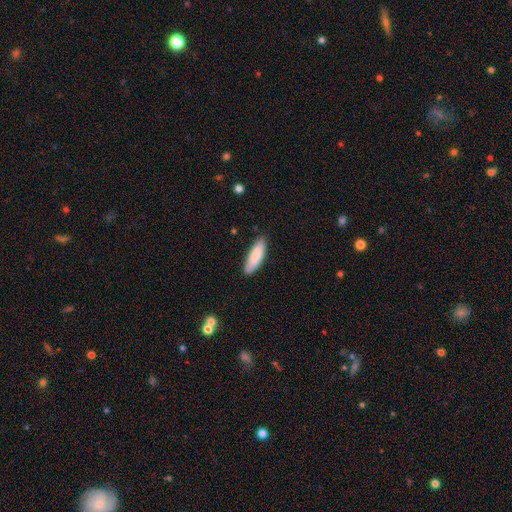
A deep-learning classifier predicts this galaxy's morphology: A smooth galaxy with no disk features (87%) that is cigar-shaped (50%).

Vote fractions:
- Smooth or featured? smooth: 87% / featured or disk: 8% / star or artifact: 5%
- How rounded? cigar-shaped: 50% / in between: 49% / round: 1%
- Merging? none: 82% / minor disturbance: 14% / major disturbance: 2% / merger: 1%